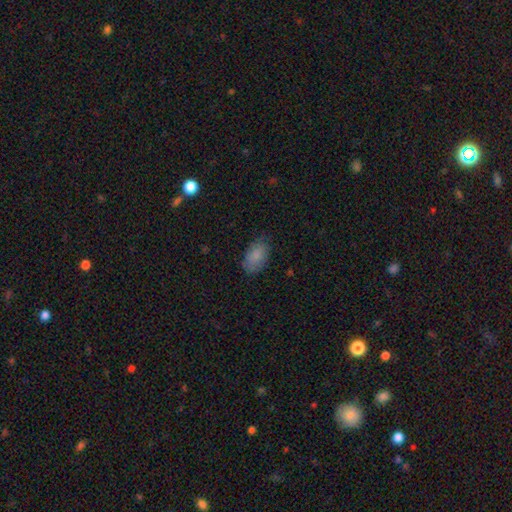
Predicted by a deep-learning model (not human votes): Q: Smooth or featured?
A: smooth (84%); runner-up: featured or disk (9%)
Q: How rounded?
A: in between (93%); runner-up: round (6%)
Q: Merging?
A: none (76%); runner-up: minor disturbance (19%)